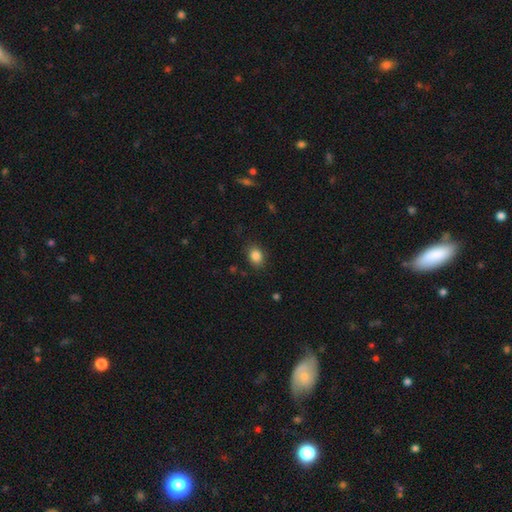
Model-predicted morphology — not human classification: Smooth or featured: smooth — 86% (star or artifact — 9%)
How rounded: in between — 63% (round — 36%)
Merging: none — 84% (minor disturbance — 12%)